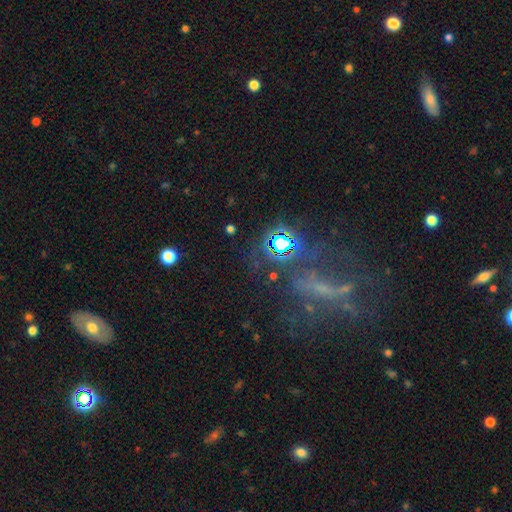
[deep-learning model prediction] This is marginally a star or artifact rather than a galaxy (44%).